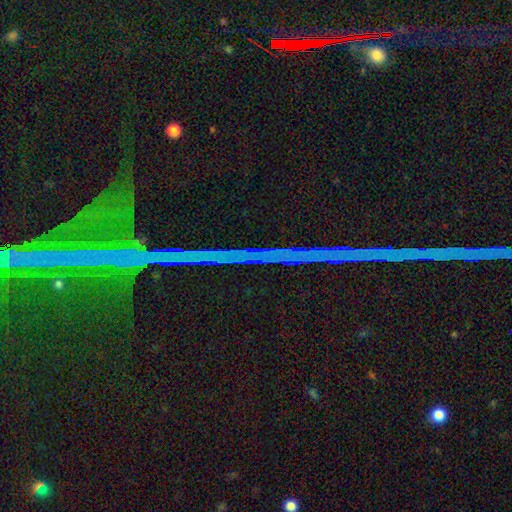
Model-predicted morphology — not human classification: Smooth or featured?
  - star or artifact: 83% *
  - featured or disk: 11%
  - smooth: 7%